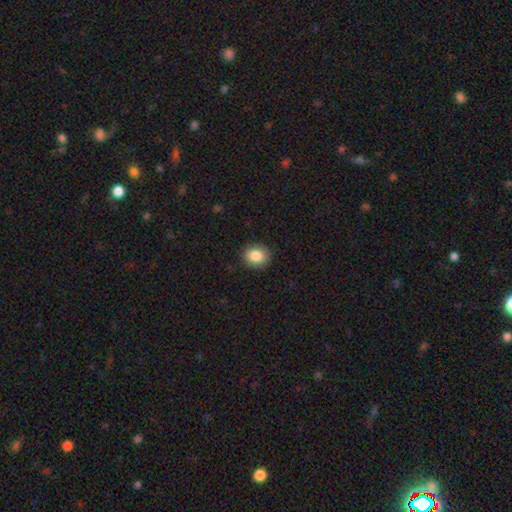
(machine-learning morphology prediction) This is clearly a smooth galaxy (86%). How rounded: likely round (63%). Merging: clearly none (89%).